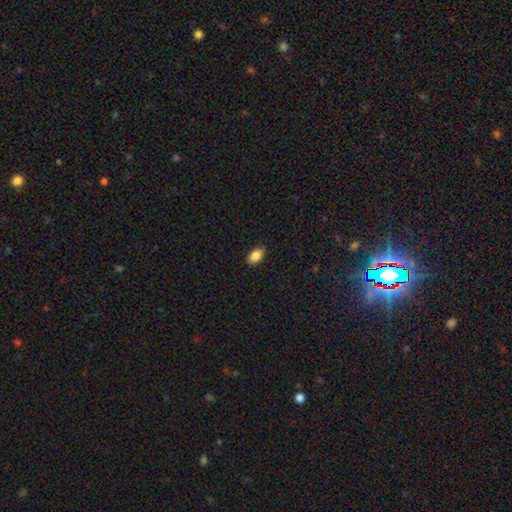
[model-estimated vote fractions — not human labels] A smooth galaxy with no disk features (87%) that is in between round and cigar-shaped (91%).

Vote fractions:
- Smooth or featured? smooth: 87% / star or artifact: 8% / featured or disk: 5%
- How rounded? in between: 91% / round: 7% / cigar-shaped: 2%
- Merging? none: 88% / minor disturbance: 9% / major disturbance: 2% / merger: 1%